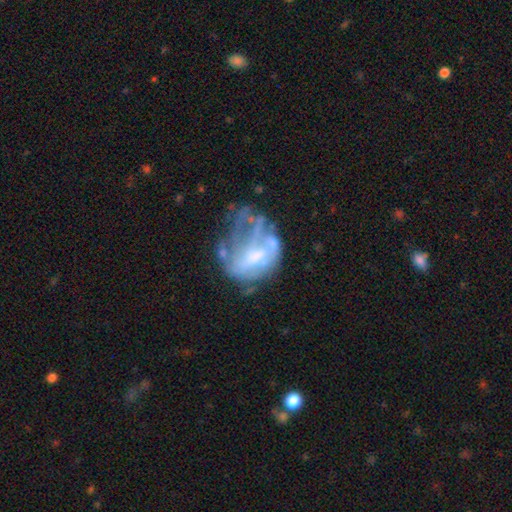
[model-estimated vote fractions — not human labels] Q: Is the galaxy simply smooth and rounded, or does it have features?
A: featured or disk — 64%.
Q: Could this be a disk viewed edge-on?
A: no — 97%.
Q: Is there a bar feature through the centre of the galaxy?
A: no — 59%.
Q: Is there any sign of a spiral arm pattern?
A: no — 72%.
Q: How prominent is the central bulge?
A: moderate — 38%.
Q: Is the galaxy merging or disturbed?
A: major disturbance — 39%.